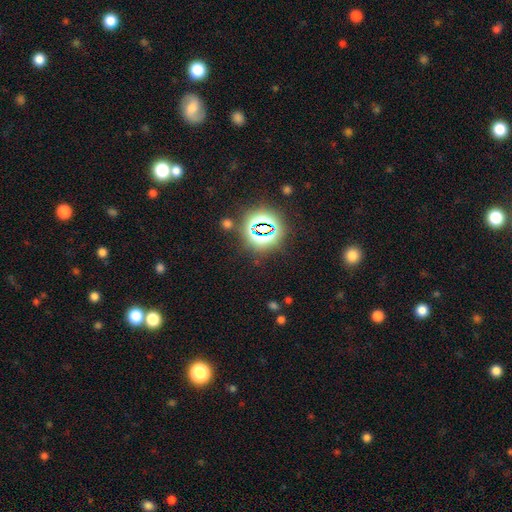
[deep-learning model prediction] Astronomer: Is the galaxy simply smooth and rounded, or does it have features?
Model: star or artifact — 80%.